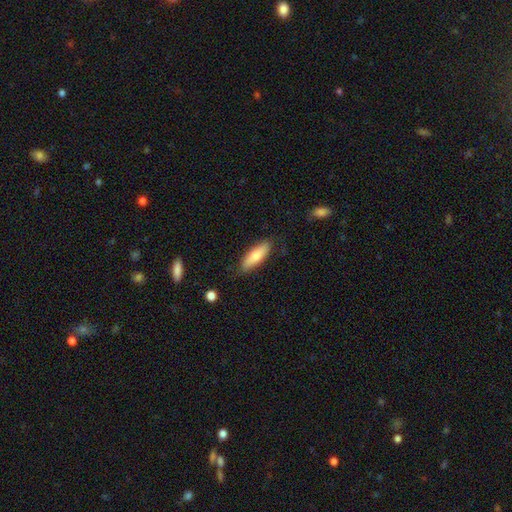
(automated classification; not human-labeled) smooth_or_featured: smooth (p=0.77) [alt: featured or disk p=0.17]
how_rounded: in between (p=0.56) [alt: cigar-shaped p=0.42]
merging: none (p=0.82) [alt: minor disturbance p=0.14]